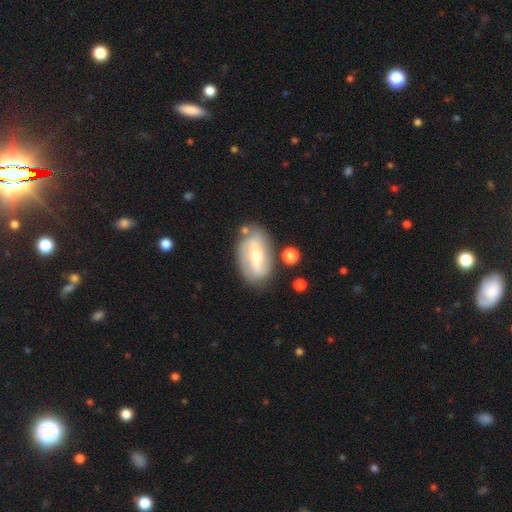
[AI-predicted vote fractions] Overall: featured or disk (64%; smooth 26%). Edge-on disk: no (90%). Bar: weak (42%; strong 32%). Spiral arms: yes (70%). Bulge size: moderate (55%; small 38%). Merging: none (73%).